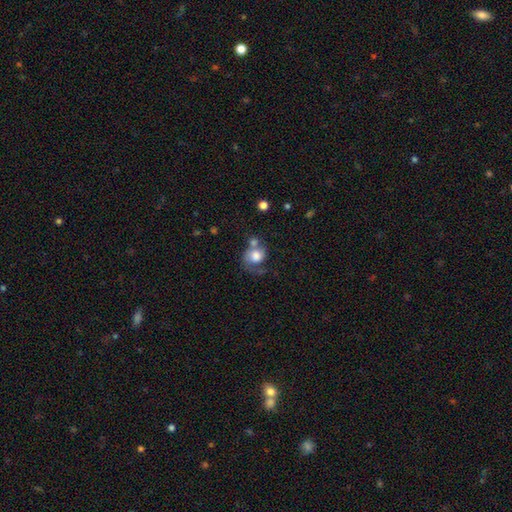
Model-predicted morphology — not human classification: smooth-or-featured: smooth: 58% | featured or disk: 33% | star or artifact: 9%
  how-rounded: round: 65% | in between: 34% | cigar-shaped: 1%
  merging: none: 29% (tied) | merger: 29% (tied) | major disturbance: 24% | minor disturbance: 18%